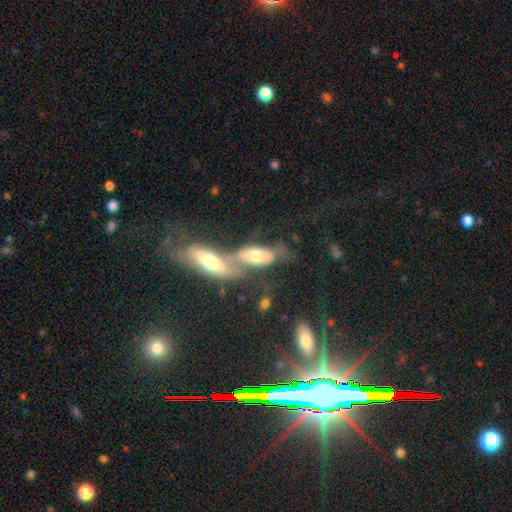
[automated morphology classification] This is possibly a smooth galaxy (48%). Merging: likely merger (69%).